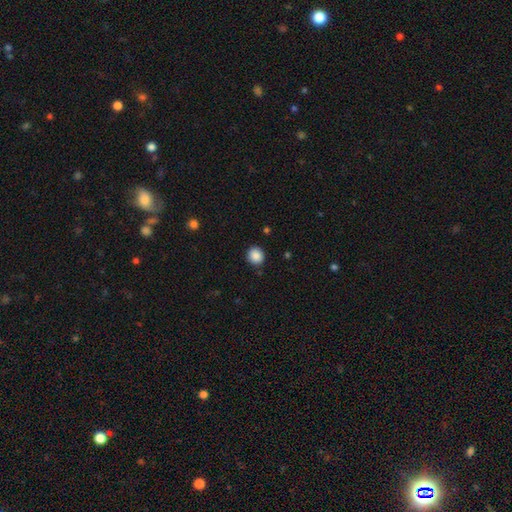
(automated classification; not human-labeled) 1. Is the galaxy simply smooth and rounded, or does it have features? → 88% smooth, 9% star or artifact, 3% featured or disk.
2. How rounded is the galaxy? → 86% round, 13% in between, 1% cigar-shaped.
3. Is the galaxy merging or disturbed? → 87% none, 9% minor disturbance, 2% major disturbance, 2% merger.